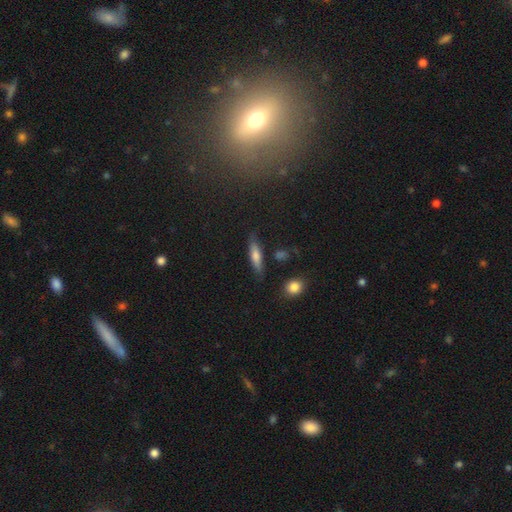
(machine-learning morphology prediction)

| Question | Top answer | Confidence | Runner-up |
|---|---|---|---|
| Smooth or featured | smooth | 62% | featured or disk (30%) |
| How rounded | cigar-shaped | 76% | in between (22%) |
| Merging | none | 81% | minor disturbance (13%) |